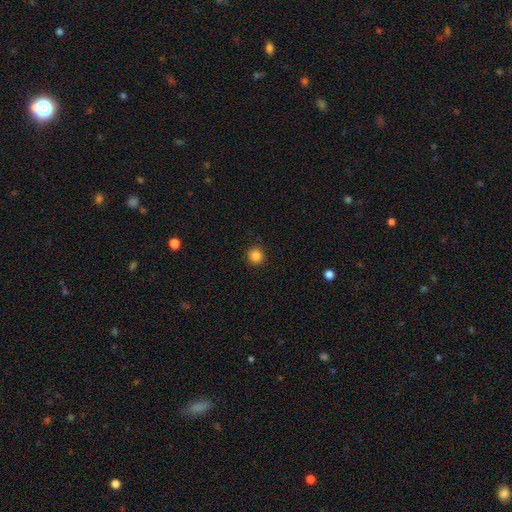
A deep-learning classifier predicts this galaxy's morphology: type=smooth (86%); roundness=round (90%); merging=none (91%).